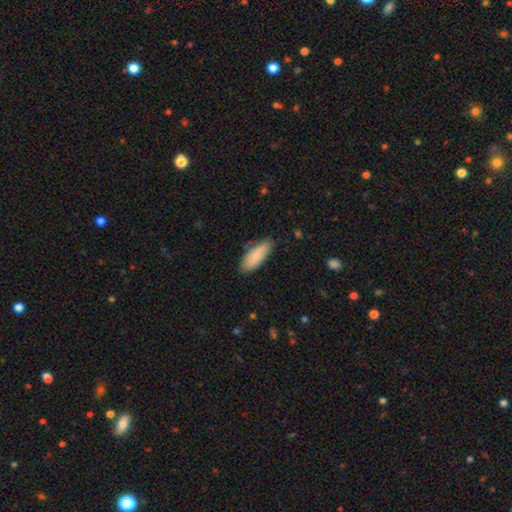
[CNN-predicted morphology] A smooth galaxy with no disk features (86%) that is in between round and cigar-shaped (73%). Merging: none (81%).